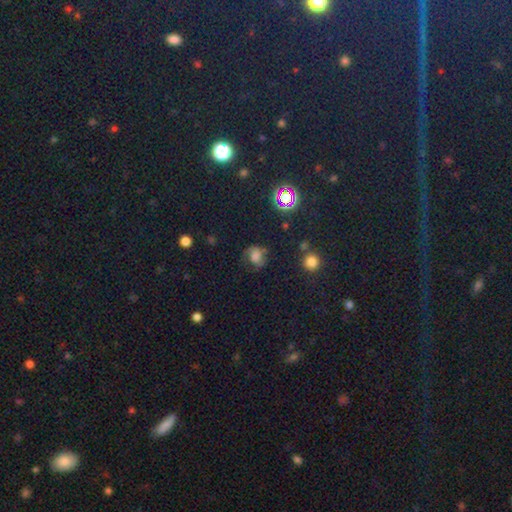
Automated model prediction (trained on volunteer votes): Smooth or featured: smooth — 46% (featured or disk — 31%)
Merging: none — 53% (minor disturbance — 25%)